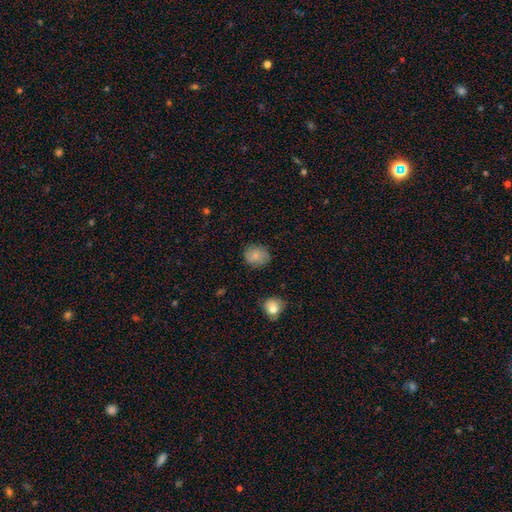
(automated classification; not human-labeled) smooth_or_featured: smooth (p=0.81) [alt: featured or disk p=0.11]
how_rounded: round (p=0.72) [alt: in between p=0.27]
merging: none (p=0.79) [alt: minor disturbance p=0.16]